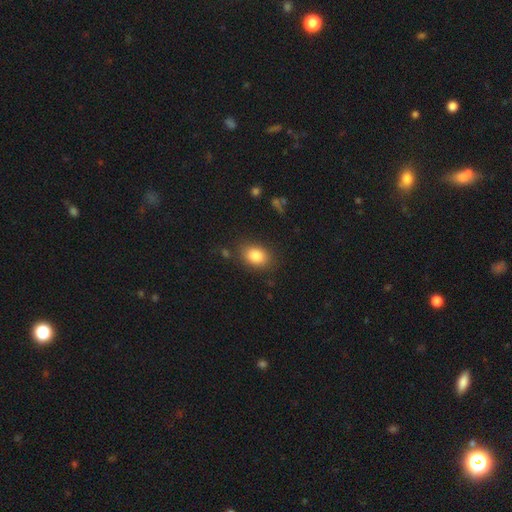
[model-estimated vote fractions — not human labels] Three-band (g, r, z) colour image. It shows a smooth galaxy with no disk features (85%) that is in between round and cigar-shaped (75%). Merging: none (81%).